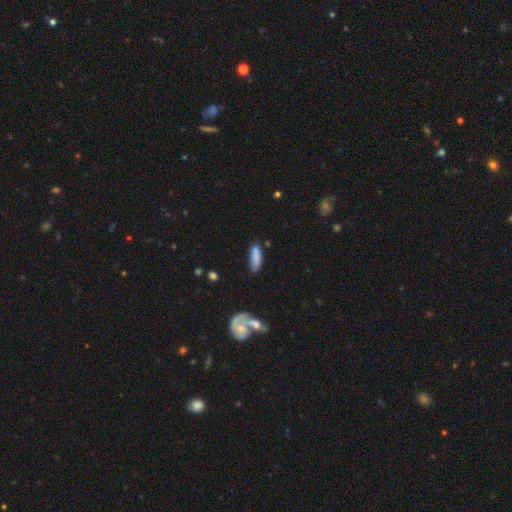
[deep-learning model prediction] Smooth or featured?
  - smooth: 81% *
  - featured or disk: 11%
  - star or artifact: 8%
How rounded?
  - in between: 50% *
  - cigar-shaped: 48%
  - round: 2%
Merging?
  - none: 59% *
  - minor disturbance: 26%
  - major disturbance: 8%
  - merger: 7%